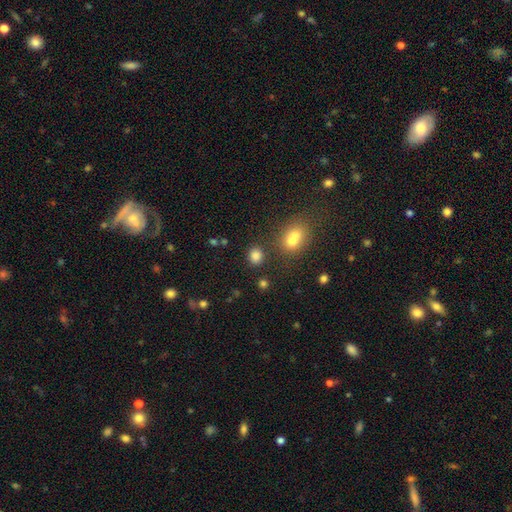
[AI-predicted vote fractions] smooth_or_featured: smooth (p=0.82) [alt: star or artifact p=0.13]
how_rounded: round (p=0.64) [alt: in between p=0.35]
merging: none (p=0.75) [alt: merger p=0.12]